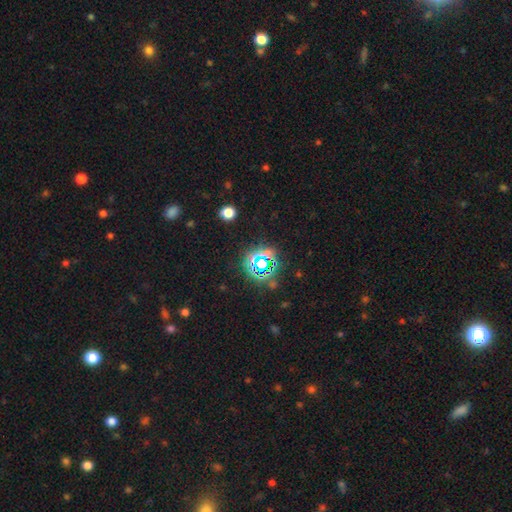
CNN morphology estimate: The model was most divided on "smooth or featured": star or artifact: 70%, smooth: 20%, featured or disk: 10%.